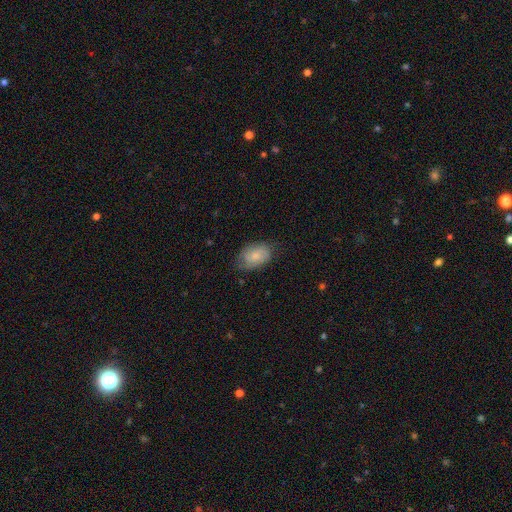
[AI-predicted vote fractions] Smooth or featured? smooth (70%)
How rounded? in between (88%)
Merging? none (68%)